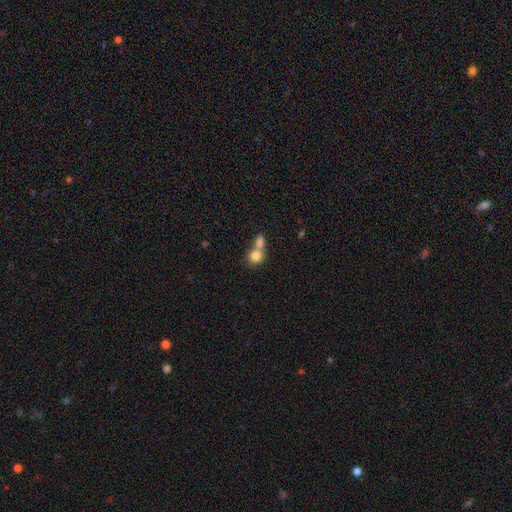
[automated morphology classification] smooth 80%, featured or disk 10%, star or artifact 9%. Down the decision tree: how rounded — round (79%); merging — merger (58%).